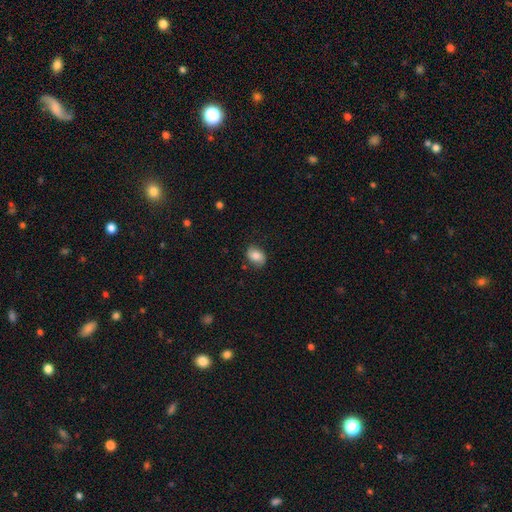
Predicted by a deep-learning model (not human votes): Smooth or featured? Predicted: smooth (p=0.80). How rounded? Predicted: in between (p=0.72). Merging? Predicted: none (p=0.78).